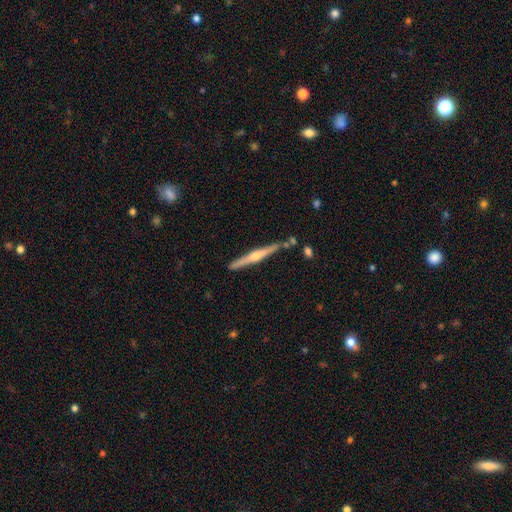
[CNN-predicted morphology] Smooth or featured? featured or disk (76%)
Edge-on disk? yes (98%)
Edge-on bulge? rounded (87%)
Merging? none (86%)